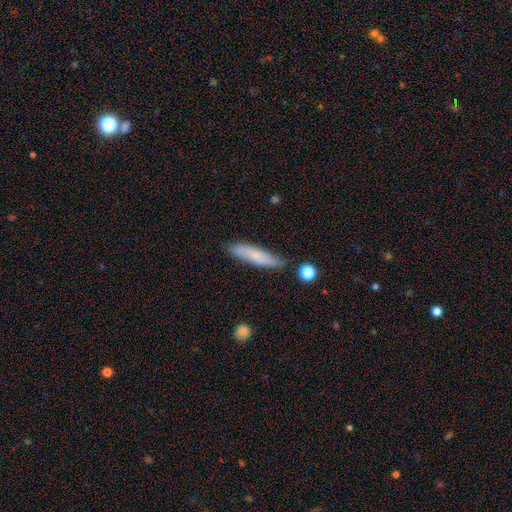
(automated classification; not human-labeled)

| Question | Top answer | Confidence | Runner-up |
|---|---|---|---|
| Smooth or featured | smooth | 67% | featured or disk (26%) |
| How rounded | cigar-shaped | 81% | in between (17%) |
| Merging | none | 76% | minor disturbance (17%) |